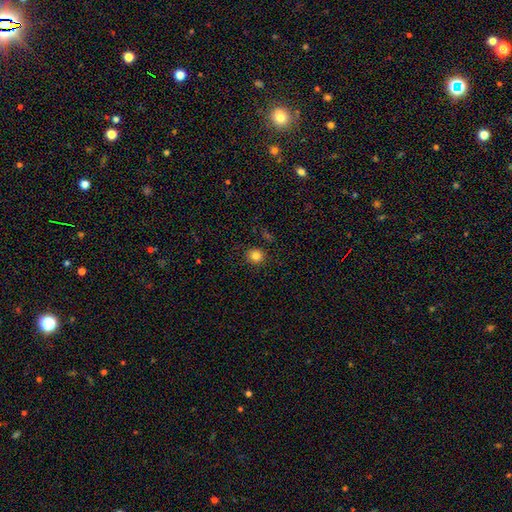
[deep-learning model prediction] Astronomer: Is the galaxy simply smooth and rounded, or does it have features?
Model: smooth — 83%.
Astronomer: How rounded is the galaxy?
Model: round — 82%.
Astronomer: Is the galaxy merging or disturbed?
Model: none — 87%.